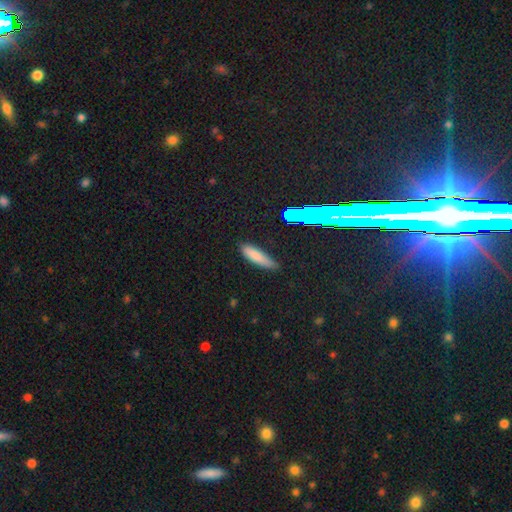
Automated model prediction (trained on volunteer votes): smooth_or_featured: smooth (p=0.80) [alt: featured or disk p=0.10]
how_rounded: cigar-shaped (p=0.69) [alt: in between p=0.29]
merging: none (p=0.75) [alt: minor disturbance p=0.19]